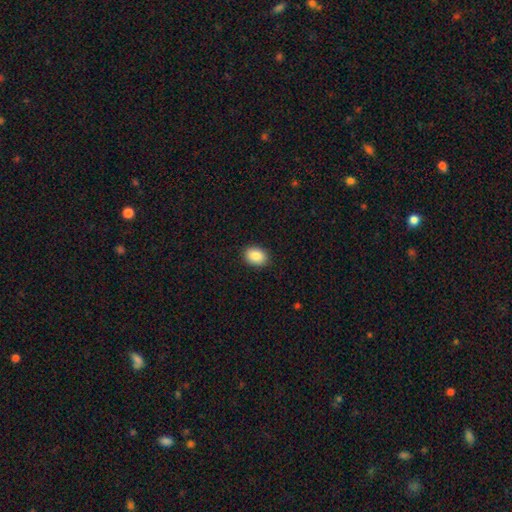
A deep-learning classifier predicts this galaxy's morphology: Q: Smooth or featured?
A: smooth (88%); runner-up: star or artifact (8%)
Q: How rounded?
A: in between (72%); runner-up: round (27%)
Q: Merging?
A: none (90%); runner-up: minor disturbance (8%)